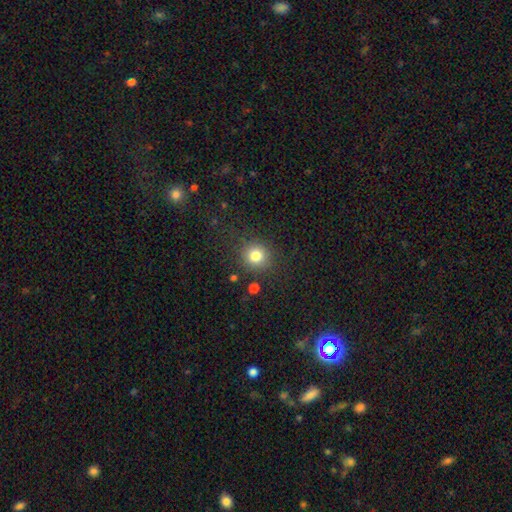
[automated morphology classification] Q: Smooth or featured?
A: smooth (80%); runner-up: star or artifact (13%)
Q: How rounded?
A: round (91%); runner-up: in between (8%)
Q: Merging?
A: none (85%); runner-up: minor disturbance (8%)